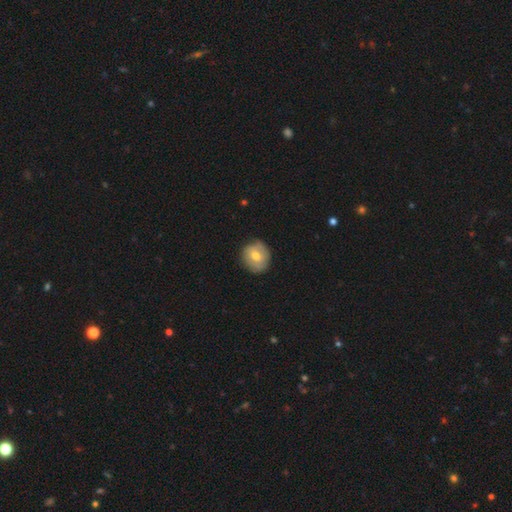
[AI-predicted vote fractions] Smooth or featured: smooth — 59% (featured or disk — 33%)
How rounded: round — 83% (in between — 16%)
Merging: none — 75% (minor disturbance — 19%)